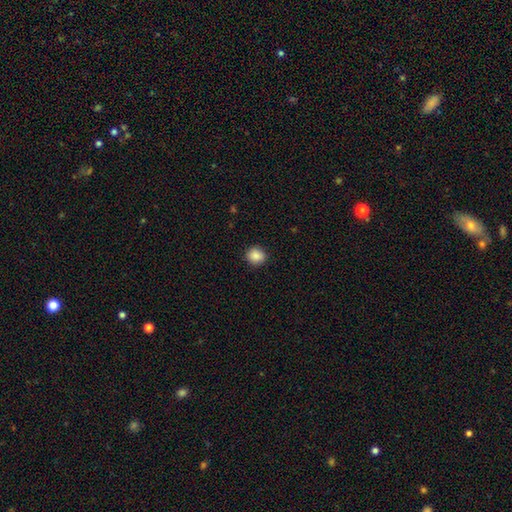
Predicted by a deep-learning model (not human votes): smooth 88%, star or artifact 9%, featured or disk 3%. Down the decision tree: how rounded — round (87%); merging — none (90%).